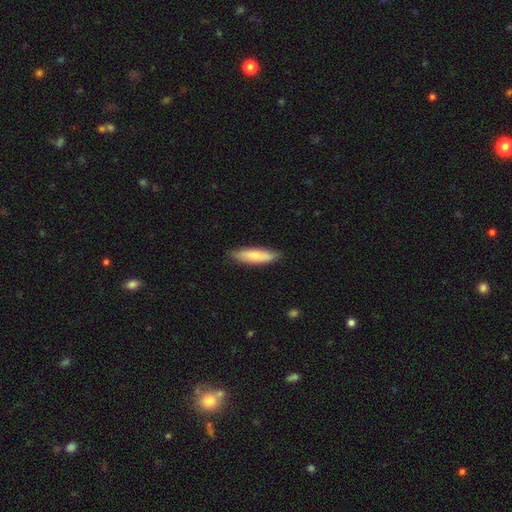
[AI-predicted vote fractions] Morphology: type=smooth (74%); roundness=cigar-shaped (65%); merging=none (85%).